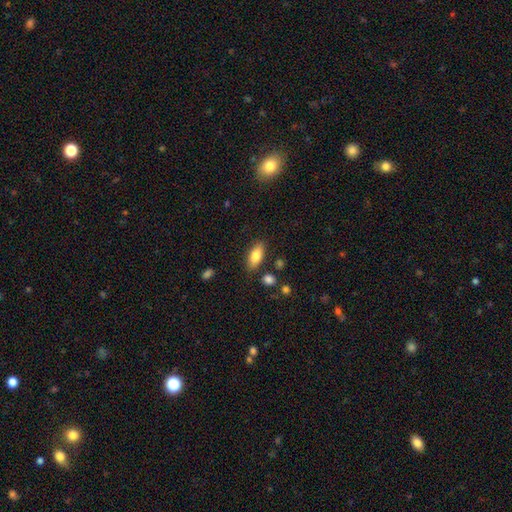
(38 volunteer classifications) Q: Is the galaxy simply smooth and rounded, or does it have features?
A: smooth — 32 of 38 (84%).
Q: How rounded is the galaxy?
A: in between — 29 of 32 (91%).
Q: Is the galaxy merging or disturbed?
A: none — 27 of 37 (73%).